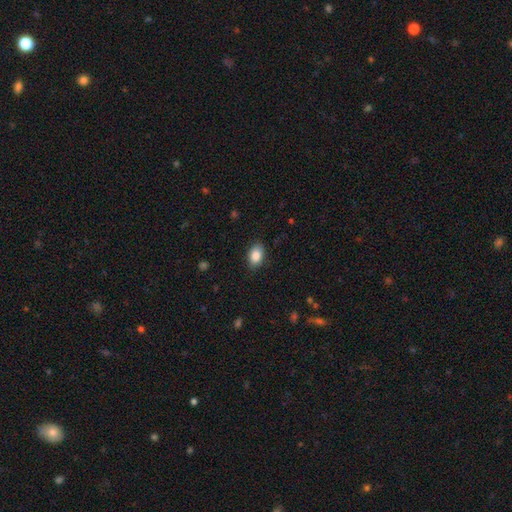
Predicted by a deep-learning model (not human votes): This is clearly a smooth galaxy (85%). How rounded: clearly in between (88%). Merging: clearly none (87%).